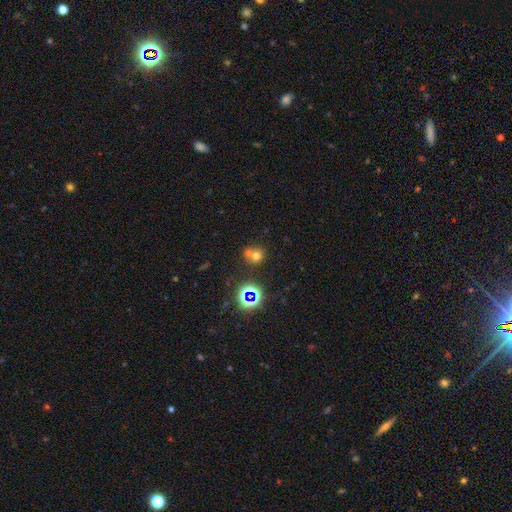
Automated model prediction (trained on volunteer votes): Overall: smooth (60%; star or artifact 25%). How rounded: round (81%). Merging: merger (45%; none 44%).